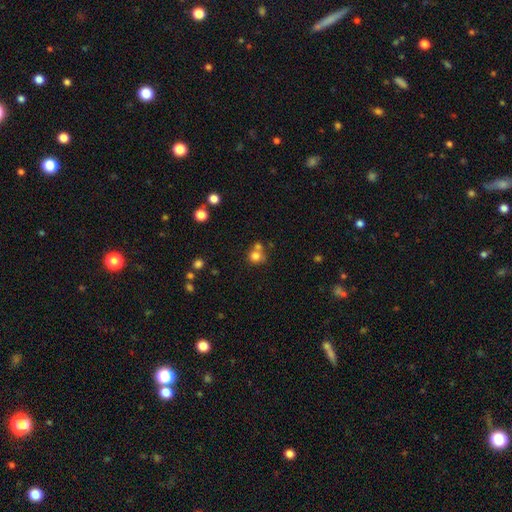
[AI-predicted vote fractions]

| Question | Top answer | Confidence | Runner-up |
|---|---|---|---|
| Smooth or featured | smooth | 77% | star or artifact (13%) |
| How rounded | round | 84% | in between (15%) |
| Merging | none | 51% | merger (35%) |